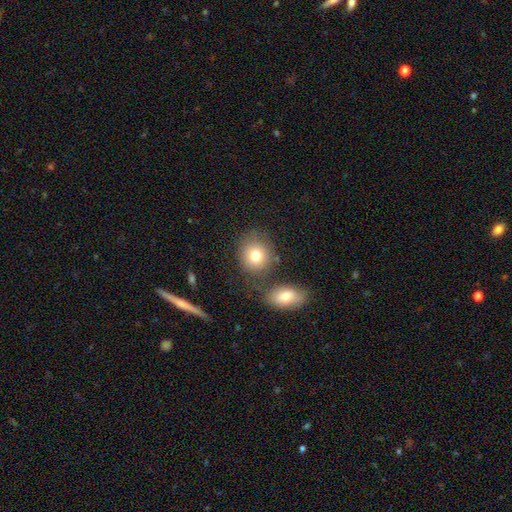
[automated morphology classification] type=smooth (78%); roundness=round (74%); merging=none (64%).